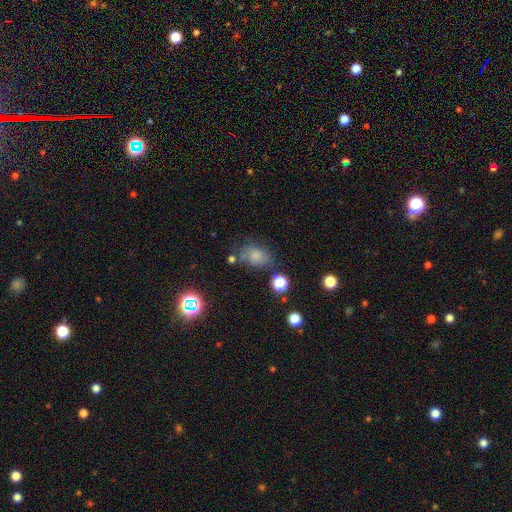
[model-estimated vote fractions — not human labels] The model was most divided on "merging": none: 57%, minor disturbance: 25%, major disturbance: 11%, merger: 7%. More confident: smooth or featured — smooth (68%); how rounded — in between (67%).